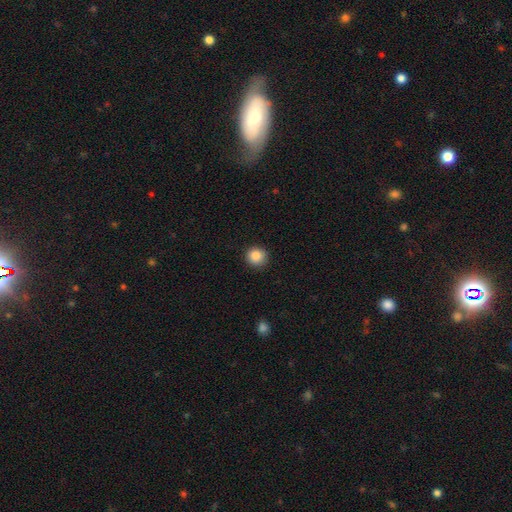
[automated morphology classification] This is clearly a smooth galaxy (86%). How rounded: clearly round (92%). Merging: clearly none (91%).